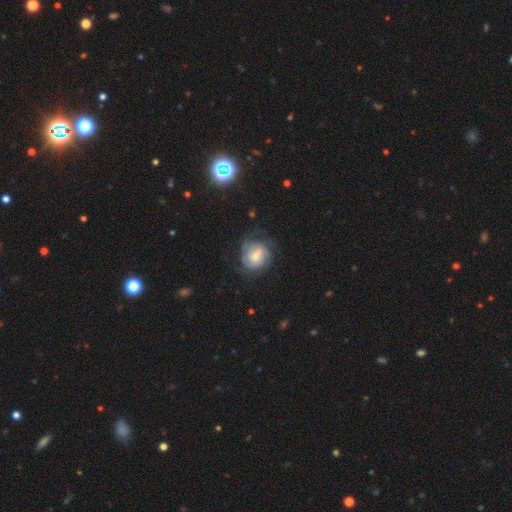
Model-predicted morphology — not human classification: The model was most divided on "bulge size": small: 46%, moderate: 41%, large: 7%, none: 4%, dominant: 2%. Remaining: edge-on disk — no (97%); spiral arms — yes (83%); bar — no (73%); smooth or featured — featured or disk (65%); spiral winding — tight (59%); merging — none (52%); spiral arm count — can't tell (40%).